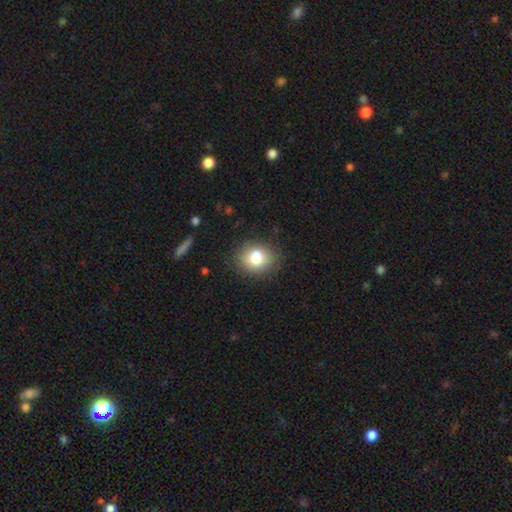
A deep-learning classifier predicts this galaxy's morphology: A smooth galaxy with no disk features (79%) that is round (61%). Merging: none (83%).